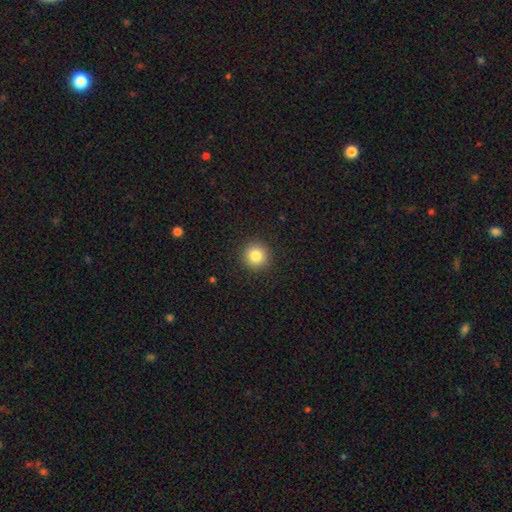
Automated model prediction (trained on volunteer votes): smooth-or-featured: smooth: 84% | star or artifact: 10% | featured or disk: 6%
  how-rounded: round: 95% | in between: 4% | cigar-shaped: 1%
  merging: none: 92% | minor disturbance: 5% | major disturbance: 2% | merger: 1%